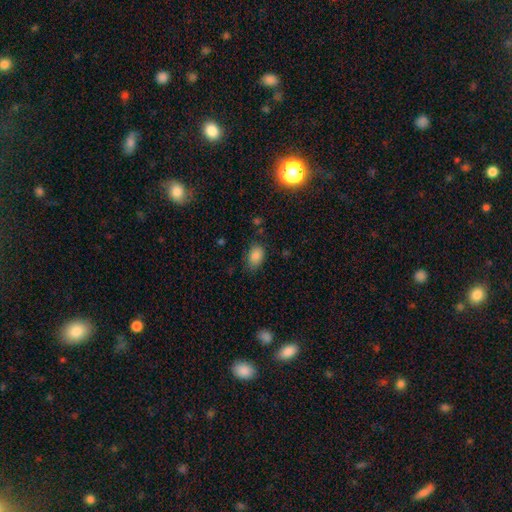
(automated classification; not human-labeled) Overall: smooth (85%). How rounded: in between (85%). Merging: none (73%).